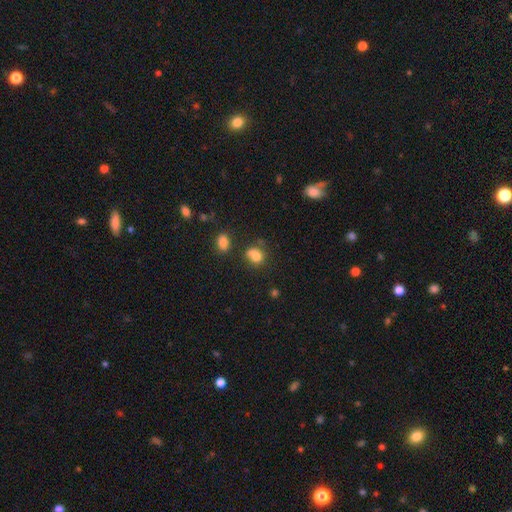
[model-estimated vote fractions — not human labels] Morphology: type=smooth (78%); roundness=round (68%); merging=none (50%).